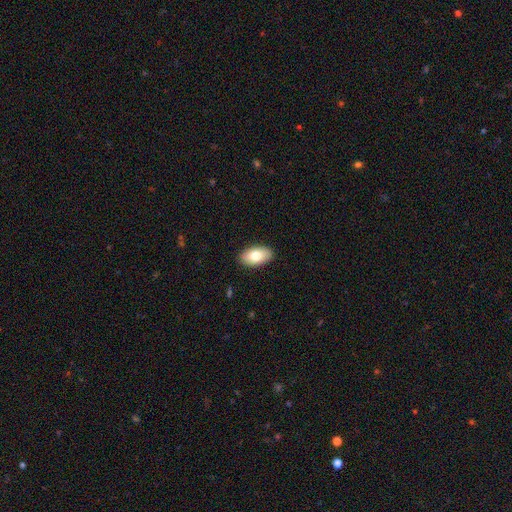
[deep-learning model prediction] Smooth or featured?
  - smooth: 79% *
  - featured or disk: 15%
  - star or artifact: 6%
How rounded?
  - in between: 94% *
  - round: 4%
  - cigar-shaped: 2%
Merging?
  - none: 89% *
  - minor disturbance: 8%
  - major disturbance: 2%
  - merger: 1%